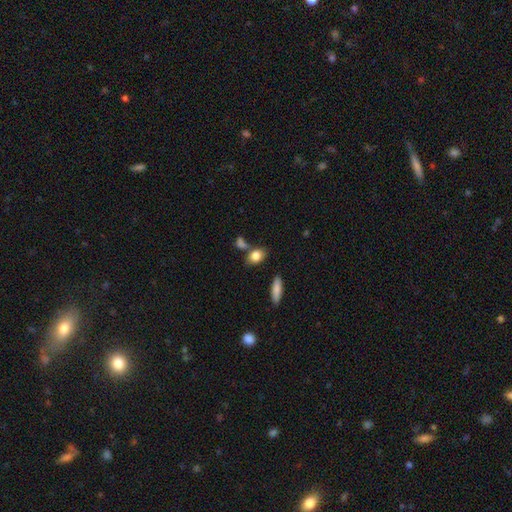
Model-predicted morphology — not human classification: type=smooth (83%); roundness=in between (71%); merging=none (61%).